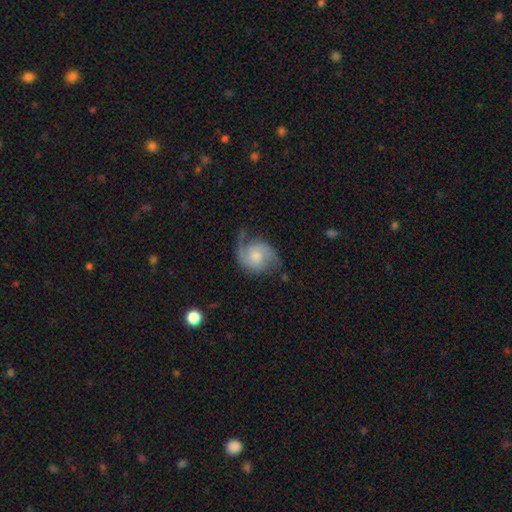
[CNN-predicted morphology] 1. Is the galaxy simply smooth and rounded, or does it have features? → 81% featured or disk, 14% smooth, 6% star or artifact.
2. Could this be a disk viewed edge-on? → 98% no, 2% yes.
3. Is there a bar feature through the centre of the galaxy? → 64% no, 32% weak, 4% strong.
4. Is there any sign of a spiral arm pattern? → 96% yes, 4% no.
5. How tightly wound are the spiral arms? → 49% medium, 27% loose, 24% tight.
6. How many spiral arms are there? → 86% 2, 5% 1, 4% can't tell, 2% 3, 1% 4, 1% more than 4.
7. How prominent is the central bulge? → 47% moderate, 34% small, 9% none, 8% large, 2% dominant.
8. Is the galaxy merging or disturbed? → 64% none, 23% minor disturbance, 12% major disturbance, 2% merger.